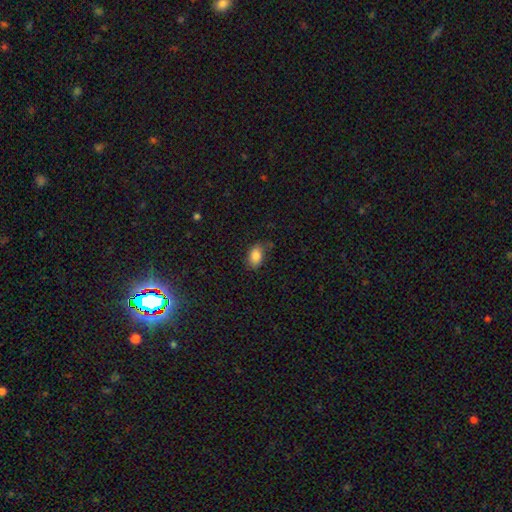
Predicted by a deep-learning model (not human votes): Smooth or featured? Predicted: smooth (p=0.85). How rounded? Predicted: in between (p=0.88). Merging? Predicted: none (p=0.76).